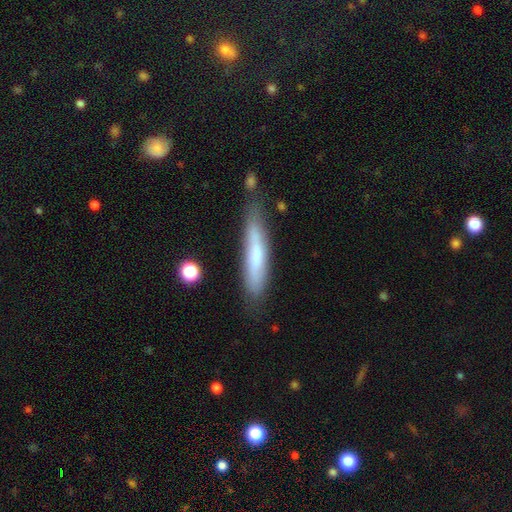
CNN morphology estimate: Smooth or featured? Predicted: smooth (p=0.63). How rounded? Predicted: cigar-shaped (p=0.89). Merging? Predicted: none (p=0.68).